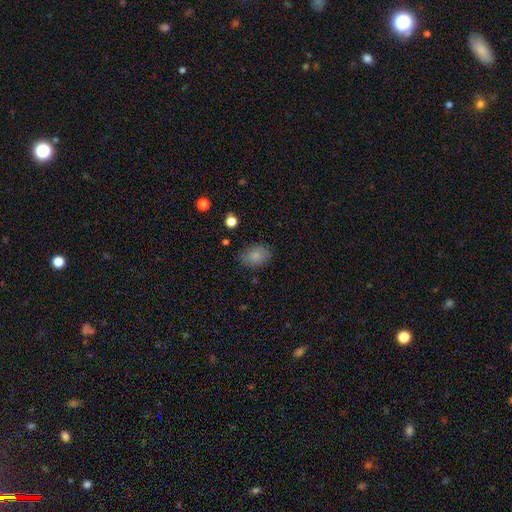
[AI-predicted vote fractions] smooth-or-featured: smooth: 84% | star or artifact: 9% | featured or disk: 7%
  how-rounded: in between: 78% | round: 21% | cigar-shaped: 1%
  merging: none: 82% | minor disturbance: 13% | major disturbance: 3% | merger: 1%